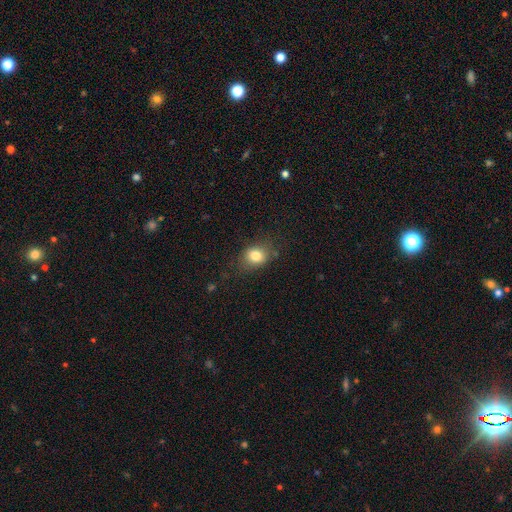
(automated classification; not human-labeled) smooth_or_featured: smooth (p=0.80) [alt: star or artifact p=0.11]
how_rounded: round (p=0.51) [alt: in between p=0.48]
merging: none (p=0.73) [alt: minor disturbance p=0.18]